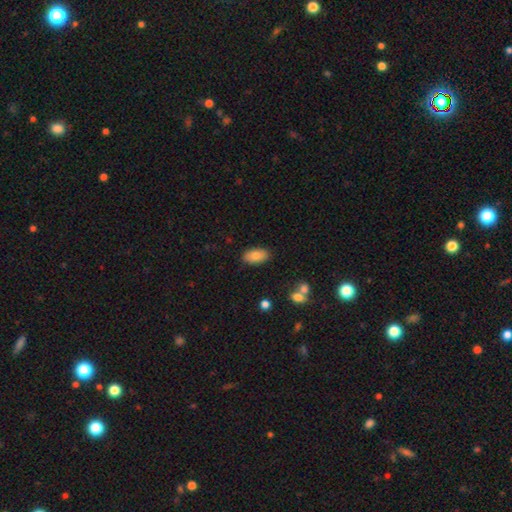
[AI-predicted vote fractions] Q: Smooth or featured?
A: smooth (81%); runner-up: featured or disk (11%)
Q: How rounded?
A: in between (93%); runner-up: round (4%)
Q: Merging?
A: none (86%); runner-up: minor disturbance (10%)